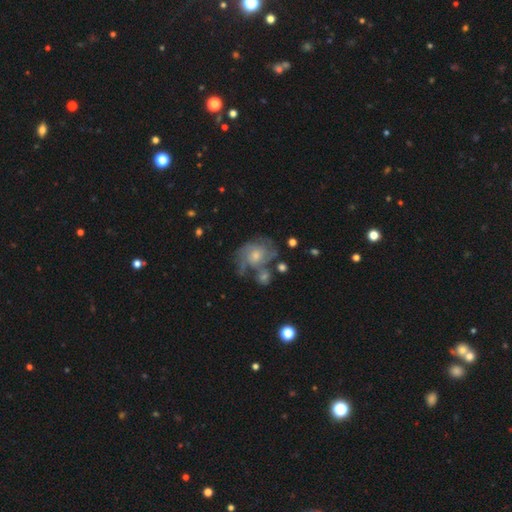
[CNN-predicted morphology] type=featured or disk (75%); edge-on=no (98%); bar=no (70%); spiral arms=yes (87%); winding=medium (44%); arm count=can't tell (36%); bulge=moderate (46%); merging=none (43%).